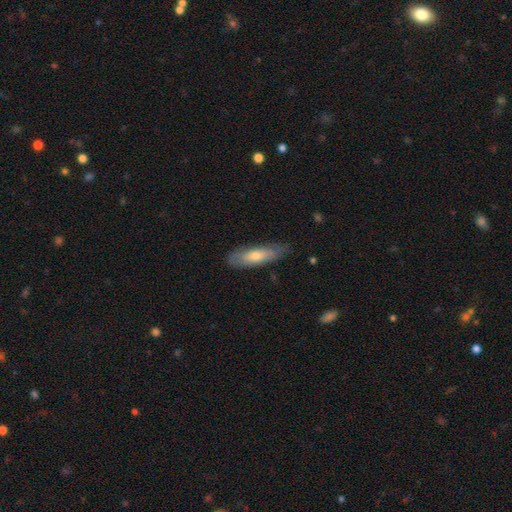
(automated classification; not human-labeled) The model was most divided on "how rounded": cigar-shaped: 57%, in between: 41%, round: 2%. More confident: merging — none (78%); smooth or featured — smooth (60%).